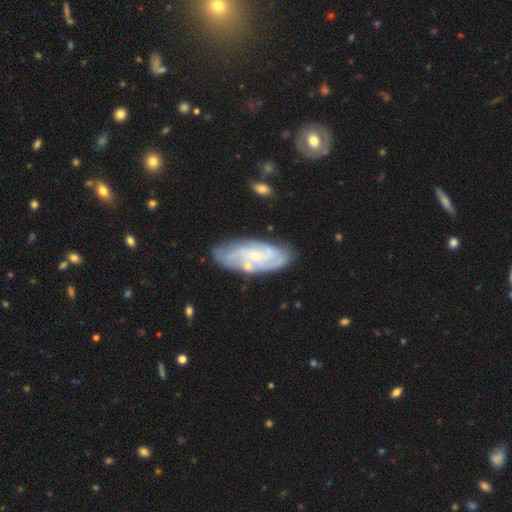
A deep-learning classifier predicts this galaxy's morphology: This appears to be a featured or disk galaxy (71%) with no bar (66%), tight (54%) spiral arms (83%) and a small central bulge (74%). Merging: none (72%).